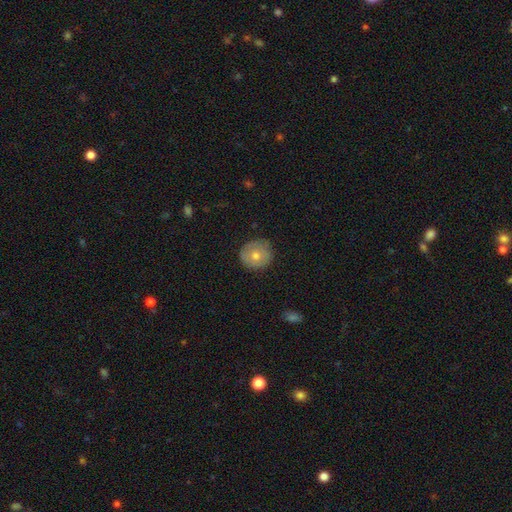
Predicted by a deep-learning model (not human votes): A smooth galaxy with no disk features (66%) that is round (92%). Merging: none (85%).